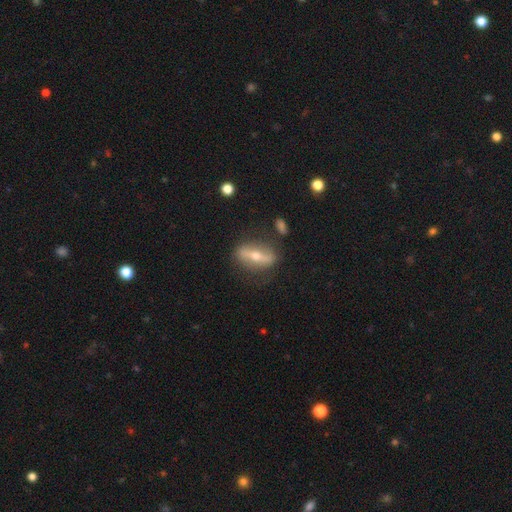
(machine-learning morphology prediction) This is likely a featured or disk galaxy (66%). It is possibly not viewed edge-on (50%, tied with yes). Merging: likely none (78%).